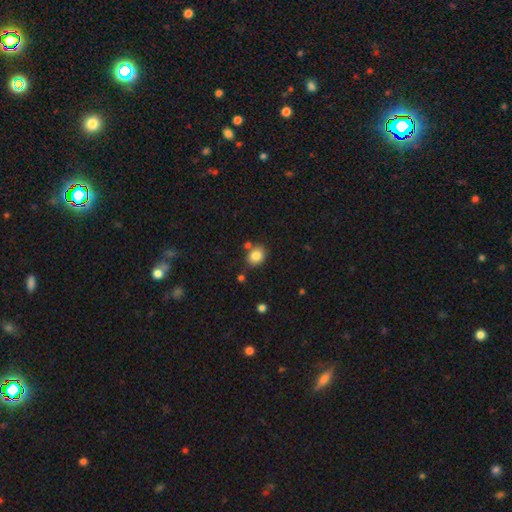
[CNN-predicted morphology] The model was most divided on "how rounded": round: 56%, in between: 43%, cigar-shaped: 1%. More confident: smooth or featured — smooth (85%); merging — none (72%).